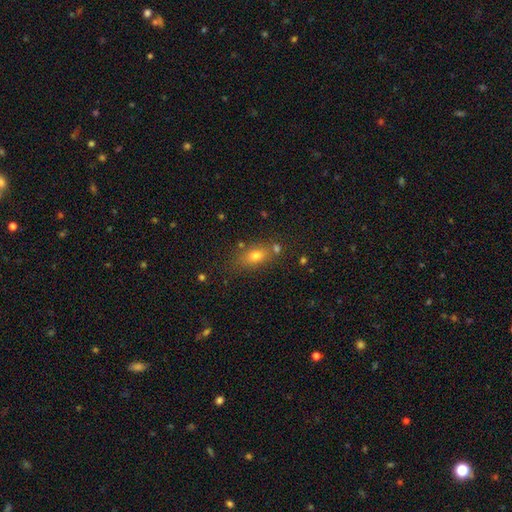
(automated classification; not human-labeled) Smooth or featured?
  - smooth: 72% *
  - star or artifact: 14%
  - featured or disk: 14%
How rounded?
  - in between: 72% *
  - round: 20%
  - cigar-shaped: 8%
Merging?
  - none: 69% *
  - minor disturbance: 14%
  - merger: 13%
  - major disturbance: 5%